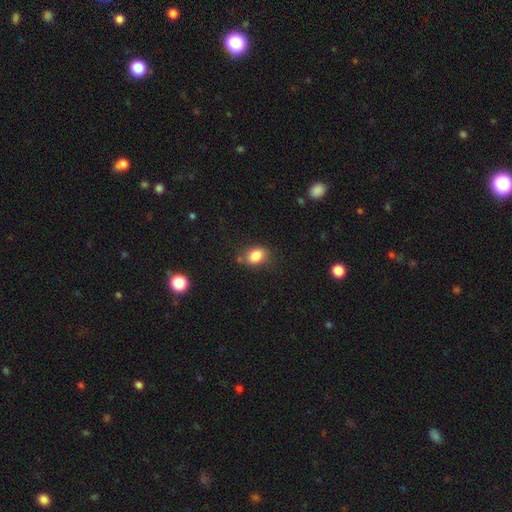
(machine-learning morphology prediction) This appears to be a smooth galaxy with no disk features (84%) that is in between round and cigar-shaped (62%). Merging: none (73%).